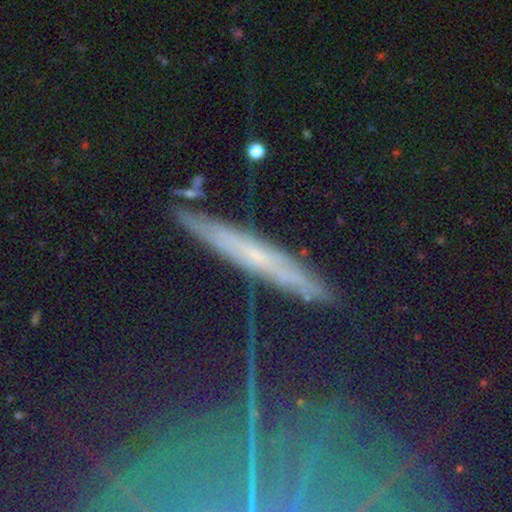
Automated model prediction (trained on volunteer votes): This is possibly a featured or disk galaxy (57%). It is clearly viewed edge-on (84%). Merging: clearly none (84%).